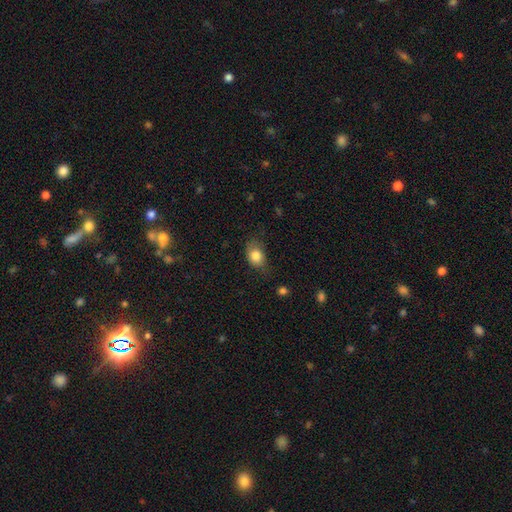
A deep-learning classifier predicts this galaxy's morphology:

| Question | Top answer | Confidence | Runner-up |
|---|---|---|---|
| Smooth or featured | smooth | 83% | featured or disk (9%) |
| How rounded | in between | 70% | round (29%) |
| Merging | none | 60% | minor disturbance (29%) |